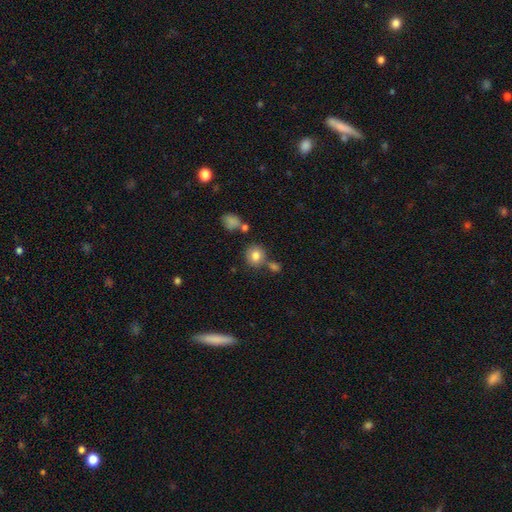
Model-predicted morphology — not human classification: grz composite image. It shows a smooth galaxy with no disk features (81%) that is round (84%). Merging: none (71%).